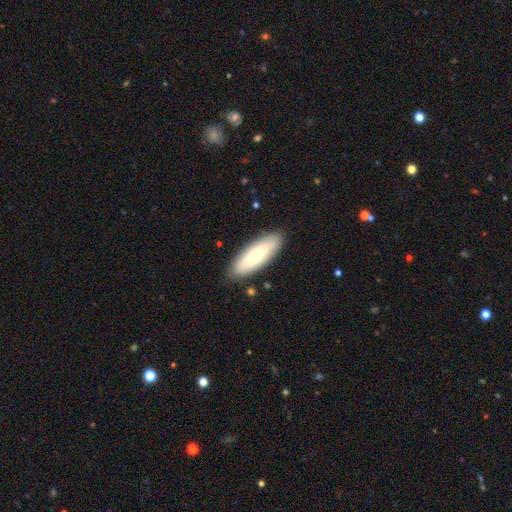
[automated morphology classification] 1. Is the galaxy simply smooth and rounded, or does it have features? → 70% smooth, 25% featured or disk, 6% star or artifact.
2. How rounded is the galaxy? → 62% in between, 36% cigar-shaped, 2% round.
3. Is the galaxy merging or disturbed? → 87% none, 10% minor disturbance, 2% major disturbance, 1% merger.